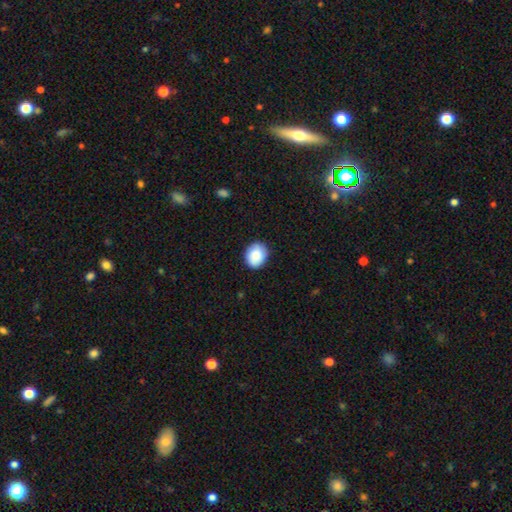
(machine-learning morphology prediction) Q: Smooth or featured?
A: smooth (87%); runner-up: star or artifact (7%)
Q: How rounded?
A: round (56%); runner-up: in between (43%)
Q: Merging?
A: none (86%); runner-up: minor disturbance (11%)